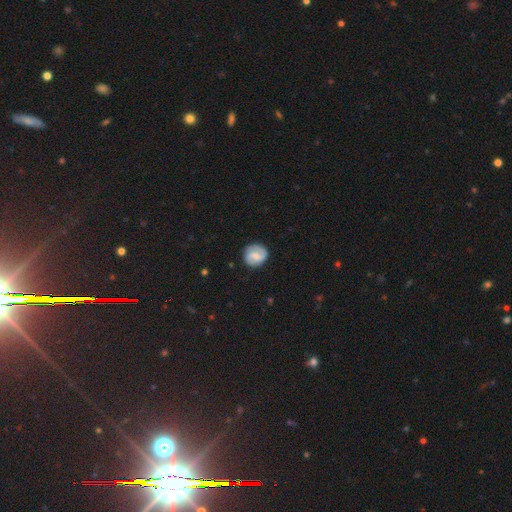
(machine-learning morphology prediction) Smooth or featured? Predicted: featured or disk (p=0.61). Edge-on disk? Predicted: no (p=0.98). Bar? Predicted: weak (p=0.54). Spiral arms? Predicted: yes (p=0.90). Spiral winding? Predicted: medium (p=0.43). Spiral arm count? Predicted: 2 (p=0.82). Bulge size? Predicted: small (p=0.43). Merging? Predicted: none (p=0.83).